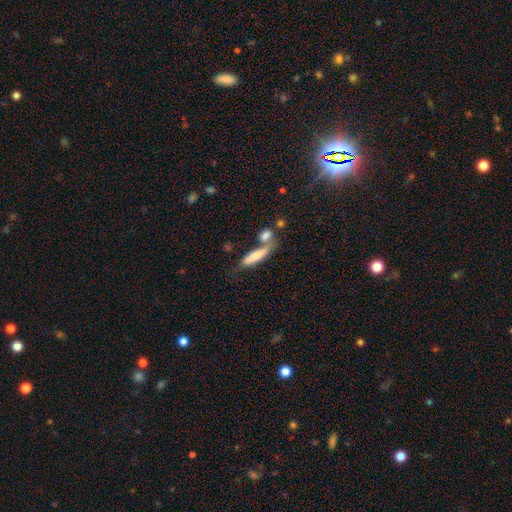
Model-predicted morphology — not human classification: This is likely a smooth galaxy (68%). How rounded: likely cigar-shaped (69%). Merging: marginally none (42%).